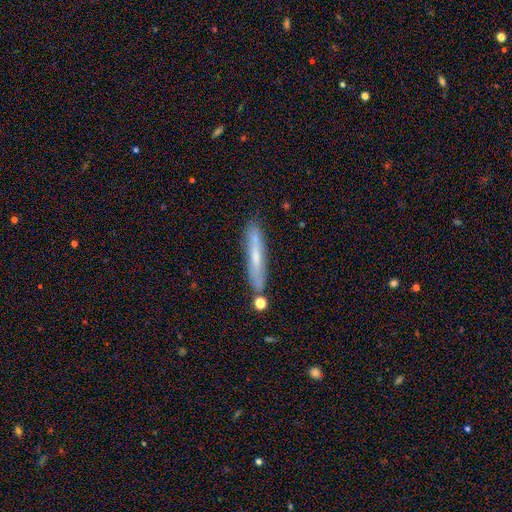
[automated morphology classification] A smooth galaxy with no disk features (52%) that is cigar-shaped (92%).

Vote fractions:
- Smooth or featured? smooth: 52% / featured or disk: 40% / star or artifact: 8%
- How rounded? cigar-shaped: 92% / in between: 7% / round: 1%
- Merging? none: 79% / minor disturbance: 13% / merger: 5% / major disturbance: 3%